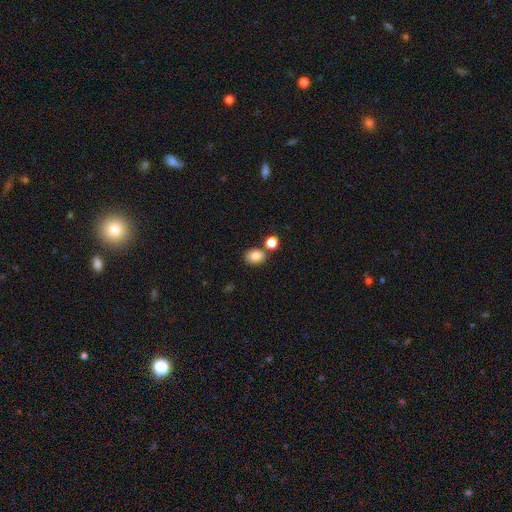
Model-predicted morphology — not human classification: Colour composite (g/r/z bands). It shows a smooth galaxy with no disk features (84%) that is in between round and cigar-shaped (62%). Merging: none (68%).